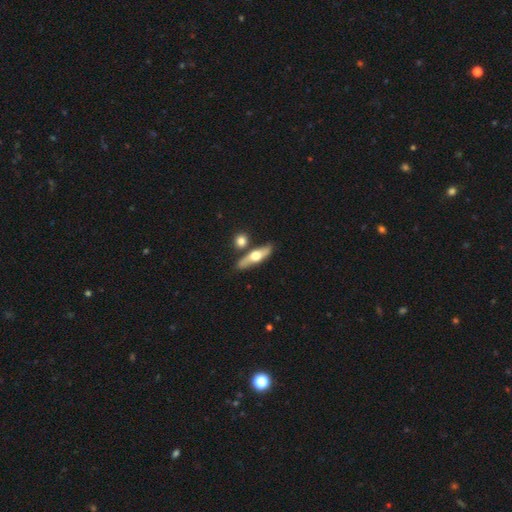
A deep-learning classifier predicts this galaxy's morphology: This is possibly a featured or disk galaxy (54%). It is likely viewed edge-on (71%). Merging: likely none (71%).